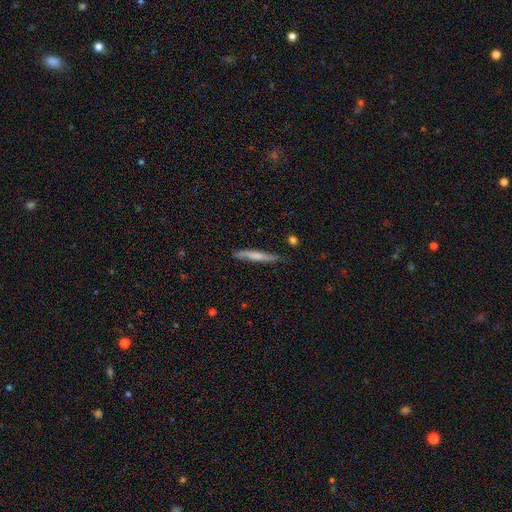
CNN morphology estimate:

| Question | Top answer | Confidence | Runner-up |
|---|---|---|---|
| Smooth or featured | smooth | 61% | featured or disk (33%) |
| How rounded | cigar-shaped | 94% | in between (5%) |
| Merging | none | 75% | minor disturbance (20%) |